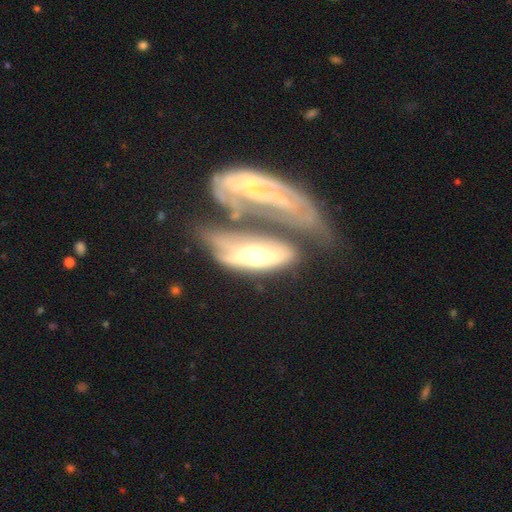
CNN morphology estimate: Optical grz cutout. It shows a featured or disk galaxy (65%). Merging: merger (49%).